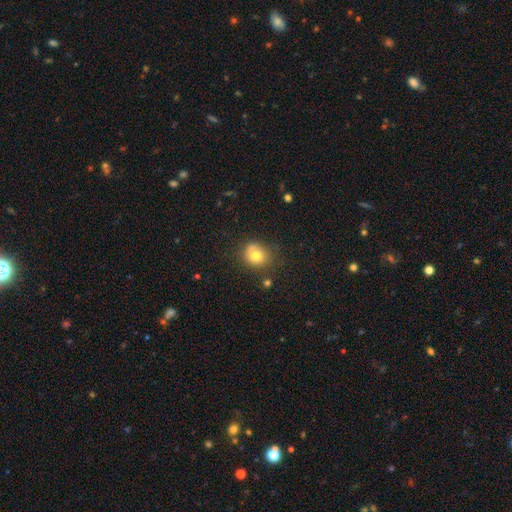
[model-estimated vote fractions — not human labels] This is likely a smooth galaxy (74%). How rounded: likely round (74%). Merging: likely none (62%).